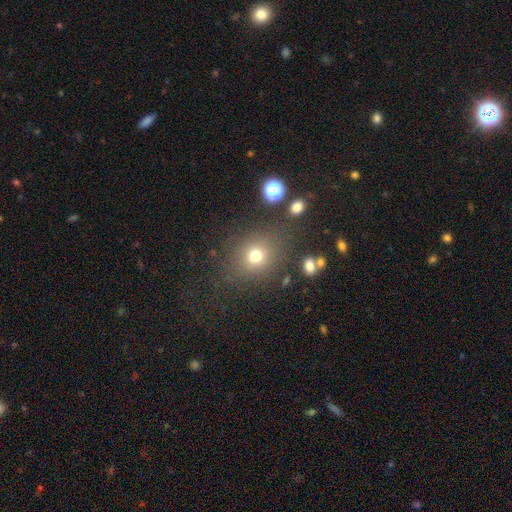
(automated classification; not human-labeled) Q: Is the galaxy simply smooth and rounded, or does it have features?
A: smooth — 73%.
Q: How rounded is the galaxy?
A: round — 72%.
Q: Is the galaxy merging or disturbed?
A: none — 78%.